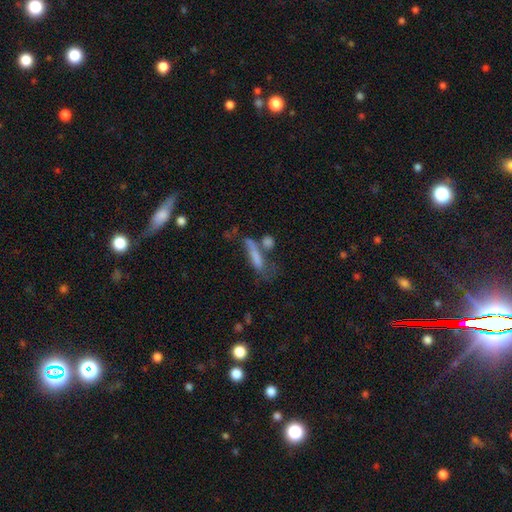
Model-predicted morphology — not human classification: Q: Smooth or featured?
A: smooth (63%); runner-up: featured or disk (25%)
Q: How rounded?
A: cigar-shaped (71%); runner-up: in between (25%)
Q: Merging?
A: none (33%); runner-up: merger (28%)